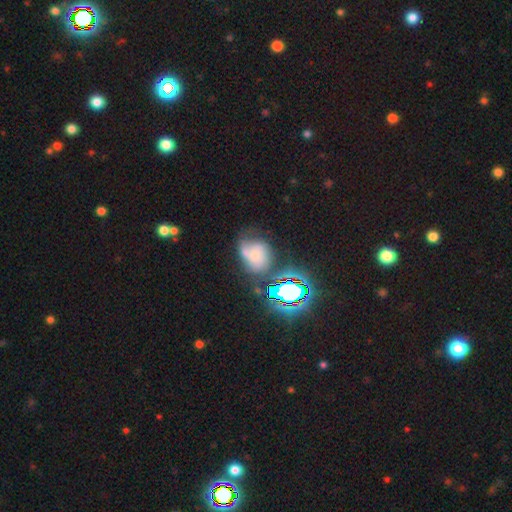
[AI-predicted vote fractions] smooth 44%, featured or disk 31%, star or artifact 24%. Down the decision tree: merging — none (32%).